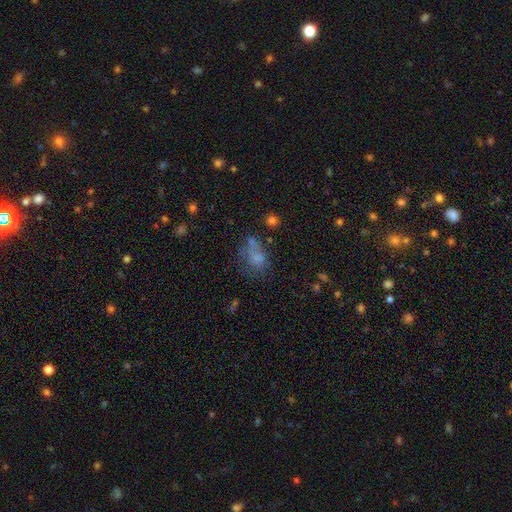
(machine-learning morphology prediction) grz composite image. It shows a smooth galaxy with no disk features (58%) that is in between round and cigar-shaped (67%). Merging: none (37%).